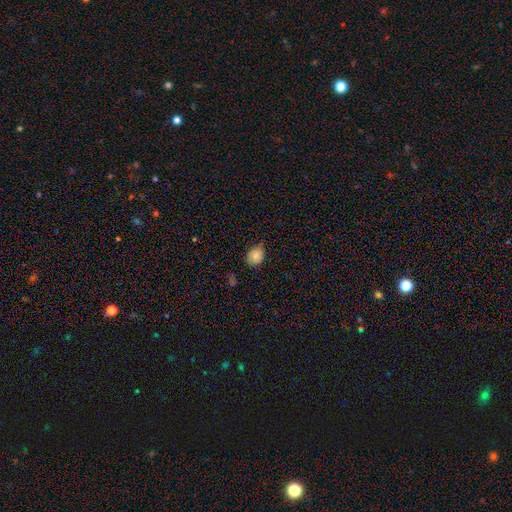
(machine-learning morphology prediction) type=smooth (83%); roundness=in between (52%); merging=none (71%).